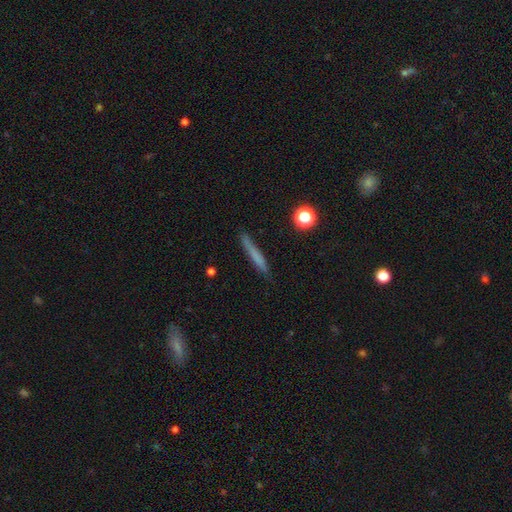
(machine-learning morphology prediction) A smooth galaxy with no disk features (65%) that is cigar-shaped (94%).

Vote fractions:
- Smooth or featured? smooth: 65% / featured or disk: 26% / star or artifact: 9%
- How rounded? cigar-shaped: 94% / in between: 4% / round: 2%
- Merging? none: 84% / minor disturbance: 12% / major disturbance: 3% / merger: 2%